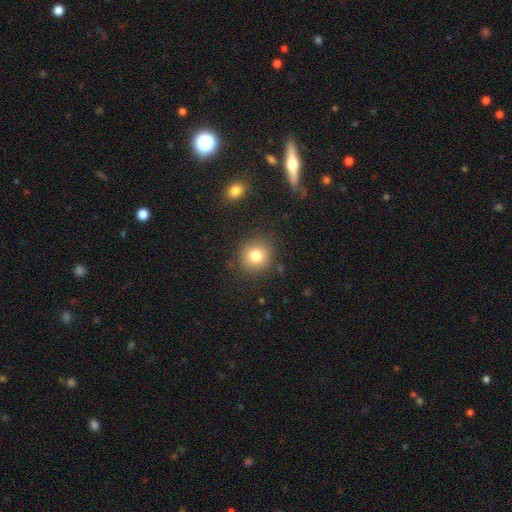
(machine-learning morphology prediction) smooth 80%, star or artifact 11%, featured or disk 9%. Down the decision tree: how rounded — round (86%); merging — none (85%).